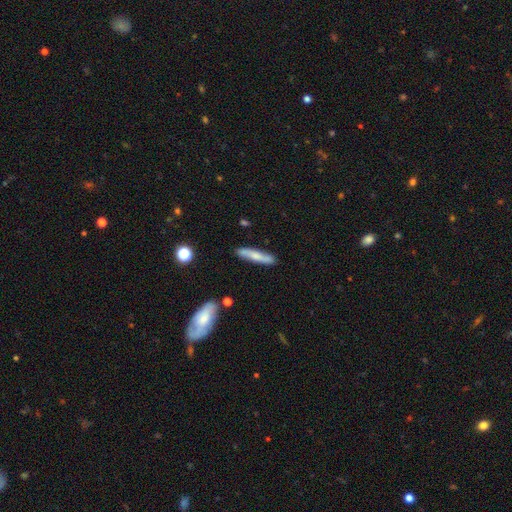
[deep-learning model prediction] Q: Smooth or featured?
A: smooth (61%); runner-up: featured or disk (33%)
Q: How rounded?
A: cigar-shaped (89%); runner-up: in between (10%)
Q: Merging?
A: none (85%); runner-up: minor disturbance (11%)